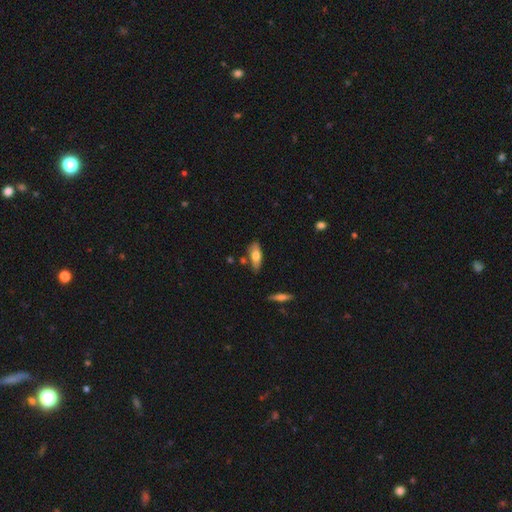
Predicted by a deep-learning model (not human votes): A smooth galaxy with no disk features (67%) that is in between round and cigar-shaped (69%).

Vote fractions:
- Smooth or featured? smooth: 67% / featured or disk: 26% / star or artifact: 6%
- How rounded? in between: 69% / cigar-shaped: 28% / round: 2%
- Merging? none: 73% / minor disturbance: 17% / merger: 7% / major disturbance: 3%